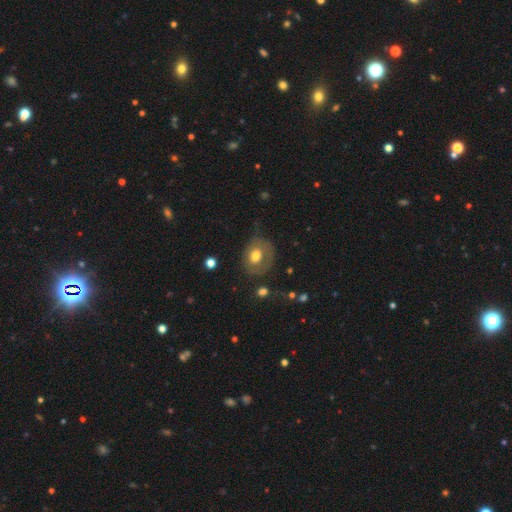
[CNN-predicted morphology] Q: Smooth or featured?
A: smooth (62%); runner-up: featured or disk (29%)
Q: How rounded?
A: round (54%); runner-up: in between (45%)
Q: Merging?
A: none (56%); runner-up: minor disturbance (24%)